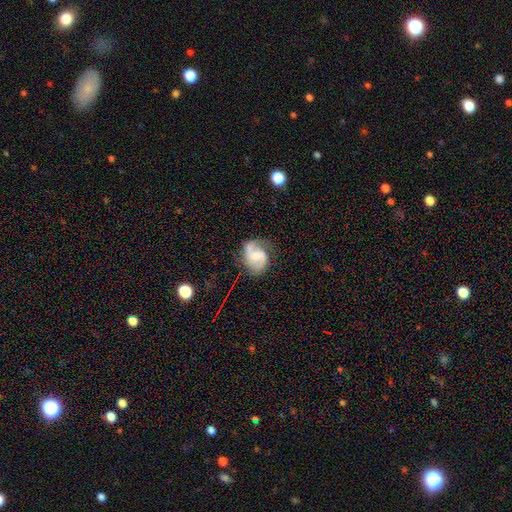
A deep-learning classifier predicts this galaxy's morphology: This is likely a featured or disk galaxy (77%). It is clearly not viewed edge-on (98%). Bar: possibly weak (45%, tied with no). Spiral arm pattern: clearly yes (95%). Spiral arm count: clearly 2 (87%). Spiral winding: possibly medium (50%). Central bulge: marginally small (43%). Merging: likely none (69%).